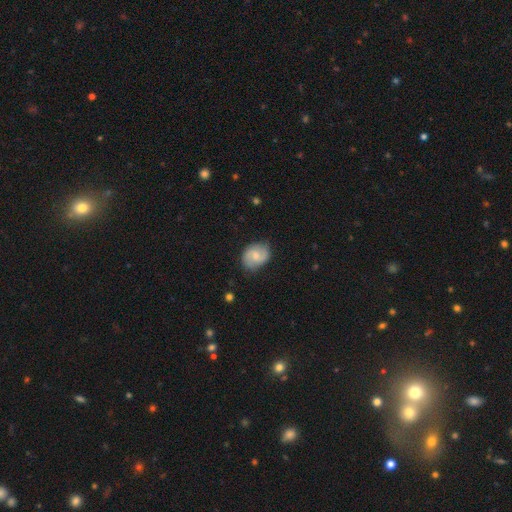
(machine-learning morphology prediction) A featured or disk galaxy (48%).

Vote fractions:
- Smooth or featured? featured or disk: 48% / smooth: 45% / star or artifact: 7%
- Merging? none: 75% / minor disturbance: 20% / major disturbance: 5% / merger: 1%